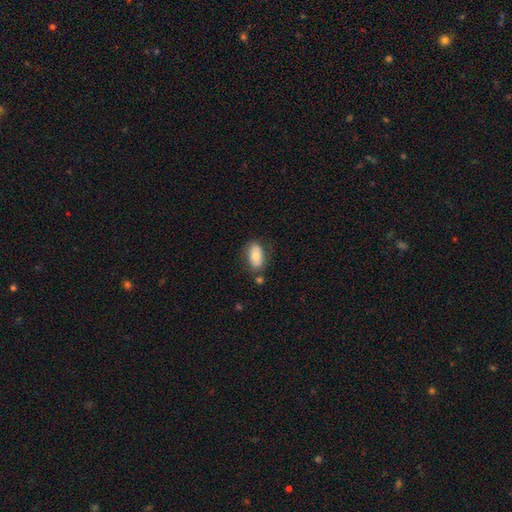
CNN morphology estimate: Smooth or featured? smooth (73%)
How rounded? in between (91%)
Merging? none (72%)